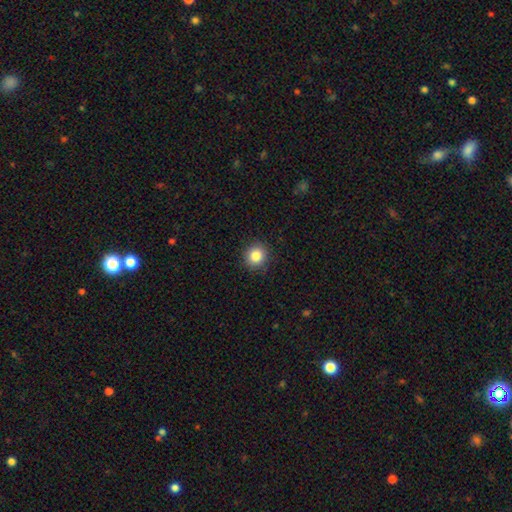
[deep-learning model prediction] smooth 85%, star or artifact 10%, featured or disk 5%. Down the decision tree: how rounded — round (91%); merging — none (91%).